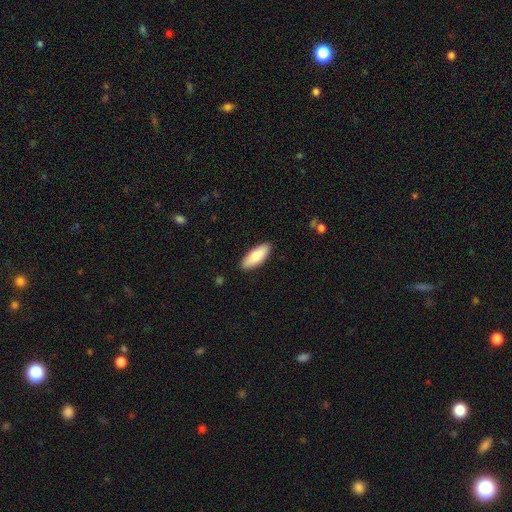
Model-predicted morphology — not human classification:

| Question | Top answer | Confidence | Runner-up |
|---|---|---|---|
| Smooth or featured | smooth | 82% | featured or disk (13%) |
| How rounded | in between | 71% | cigar-shaped (27%) |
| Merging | none | 89% | minor disturbance (8%) |